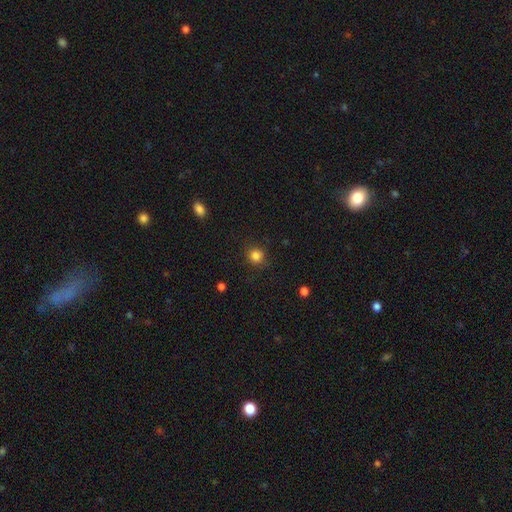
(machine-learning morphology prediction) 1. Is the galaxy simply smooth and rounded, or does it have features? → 84% smooth, 12% star or artifact, 4% featured or disk.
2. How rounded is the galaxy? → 90% round, 9% in between, 1% cigar-shaped.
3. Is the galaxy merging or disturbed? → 86% none, 9% minor disturbance, 3% major disturbance, 1% merger.